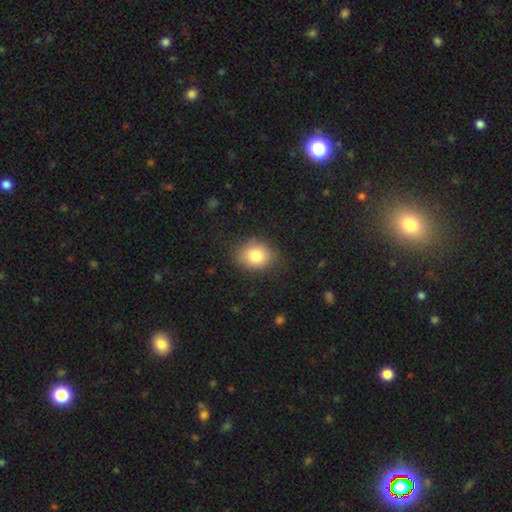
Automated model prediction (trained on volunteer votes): This appears to be a smooth galaxy with no disk features (82%) that is round (58%). Merging: none (79%).